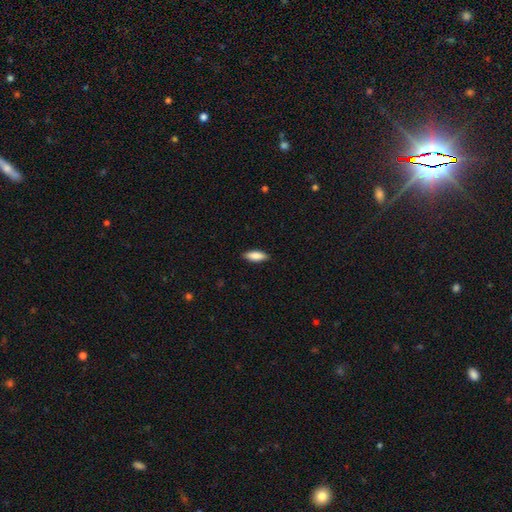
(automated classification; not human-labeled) smooth-or-featured: smooth: 87% | featured or disk: 8% | star or artifact: 6%
  how-rounded: in between: 67% | cigar-shaped: 31% | round: 2%
  merging: none: 89% | minor disturbance: 9% | major disturbance: 2% | merger: 1%